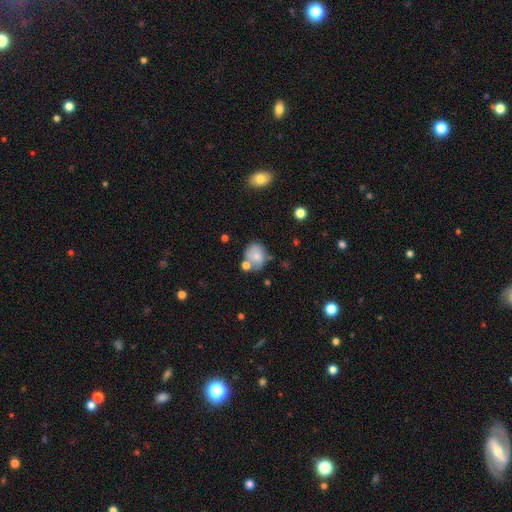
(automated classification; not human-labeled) Smooth or featured? smooth (74%)
How rounded? round (63%)
Merging? none (50%)